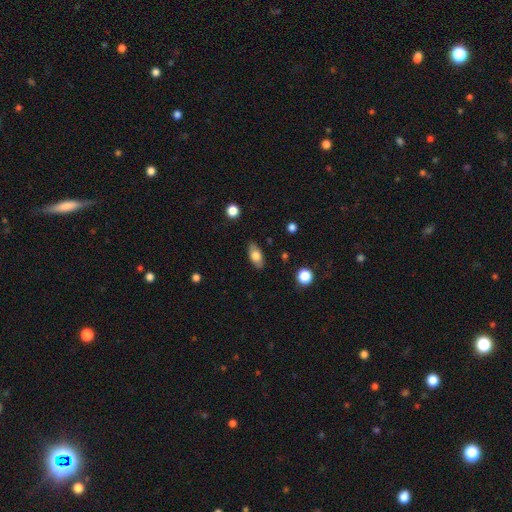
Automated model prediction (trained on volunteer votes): smooth-or-featured: smooth: 73% | featured or disk: 20% | star or artifact: 7%
  how-rounded: in between: 88% | cigar-shaped: 8% | round: 5%
  merging: none: 85% | minor disturbance: 11% | major disturbance: 2% | merger: 1%